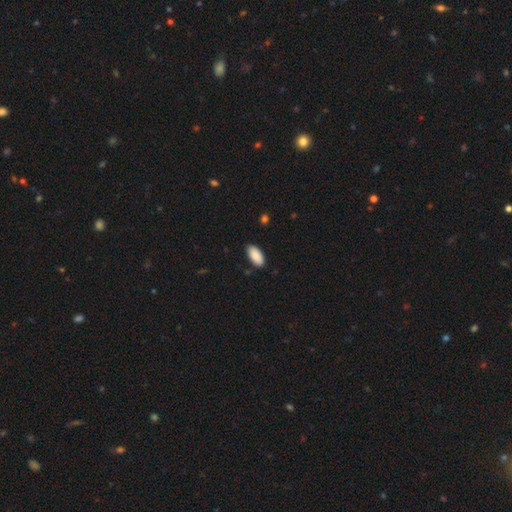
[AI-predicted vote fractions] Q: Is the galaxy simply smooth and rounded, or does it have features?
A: smooth — 90%.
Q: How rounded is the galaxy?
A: in between — 94%.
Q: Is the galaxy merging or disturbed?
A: none — 86%.